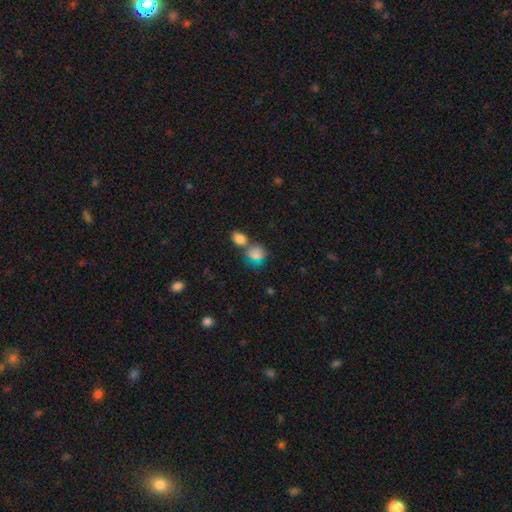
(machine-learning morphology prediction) Q: Smooth or featured?
A: smooth (80%); runner-up: star or artifact (11%)
Q: How rounded?
A: round (60%); runner-up: in between (39%)
Q: Merging?
A: merger (40%); runner-up: none (39%)